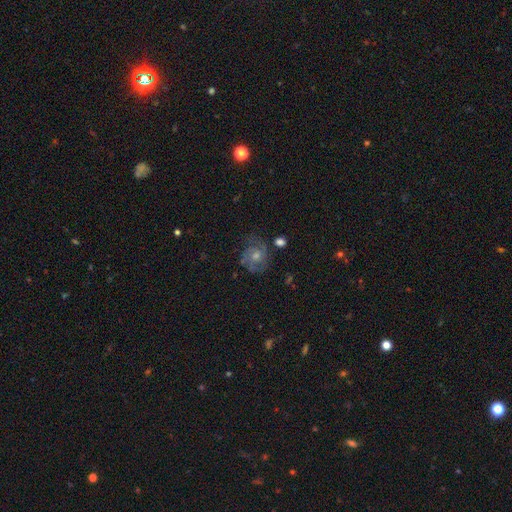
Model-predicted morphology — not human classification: smooth_or_featured: featured or disk (p=0.66) [alt: smooth p=0.18]
disk_edge_on: no (p=0.97) [alt: yes p=0.03]
bar: no (p=0.77) [alt: weak p=0.19]
has_spiral_arms: yes (p=0.89) [alt: no p=0.11]
spiral_winding: tight (p=0.52) [alt: medium p=0.39]
spiral_arm_count: 2 (p=0.40) [alt: can't tell p=0.28]
bulge_size: moderate (p=0.61) [alt: small p=0.31]
merging: none (p=0.74) [alt: minor disturbance p=0.16]